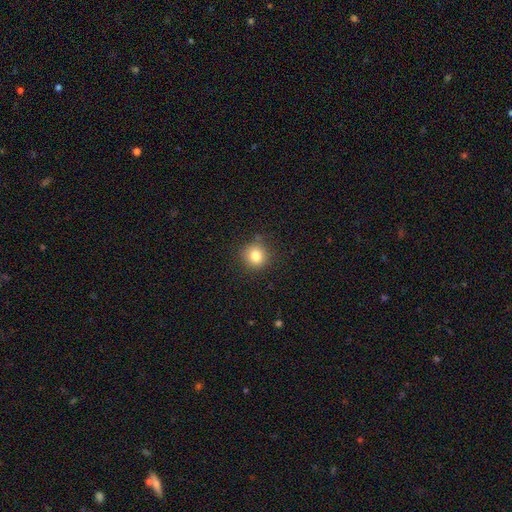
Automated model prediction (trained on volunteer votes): smooth_or_featured: smooth (p=0.81) [alt: star or artifact p=0.12]
how_rounded: round (p=0.92) [alt: in between p=0.07]
merging: none (p=0.87) [alt: minor disturbance p=0.09]